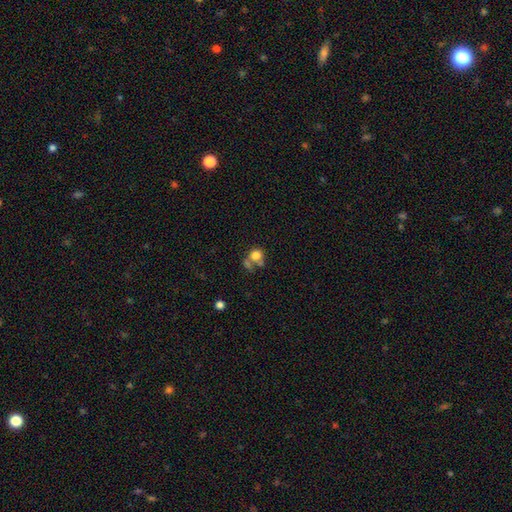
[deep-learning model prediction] A smooth galaxy with no disk features (74%) that is round (77%).

Vote fractions:
- Smooth or featured? smooth: 74% / featured or disk: 14% / star or artifact: 12%
- How rounded? round: 77% / in between: 21% / cigar-shaped: 1%
- Merging? none: 38% / merger: 37% / minor disturbance: 13% / major disturbance: 12%